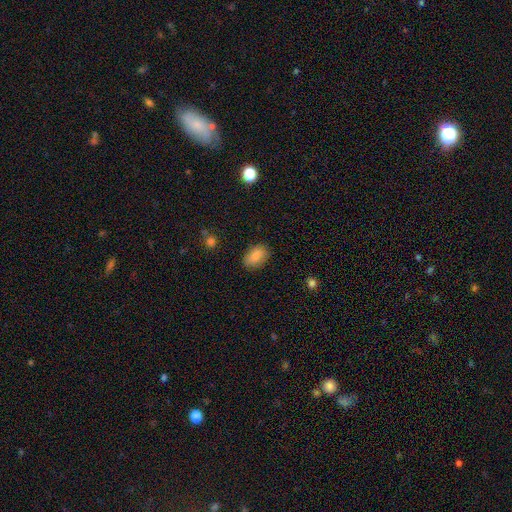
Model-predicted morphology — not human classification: The model was most divided on "smooth or featured": smooth: 83%, featured or disk: 9%, star or artifact: 8%. More confident: how rounded — in between (88%); merging — none (85%).